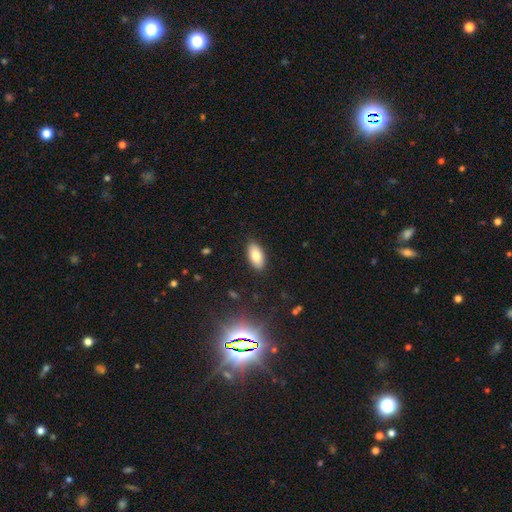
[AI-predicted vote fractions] A smooth galaxy with no disk features (81%) that is in between round and cigar-shaped (93%). Merging: none (88%).